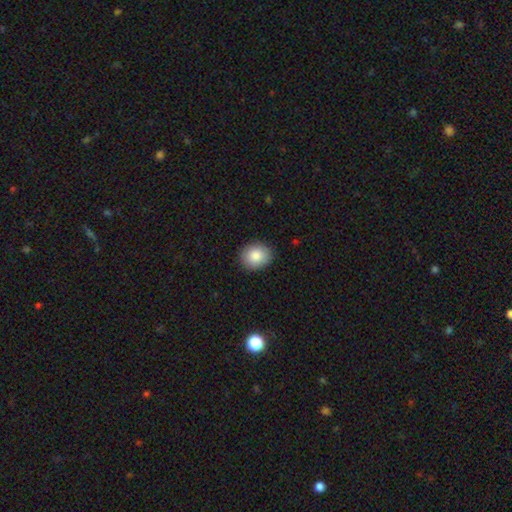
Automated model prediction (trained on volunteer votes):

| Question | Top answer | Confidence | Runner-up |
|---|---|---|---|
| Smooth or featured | smooth | 86% | star or artifact (8%) |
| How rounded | round | 55% | in between (44%) |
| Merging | none | 89% | minor disturbance (8%) |